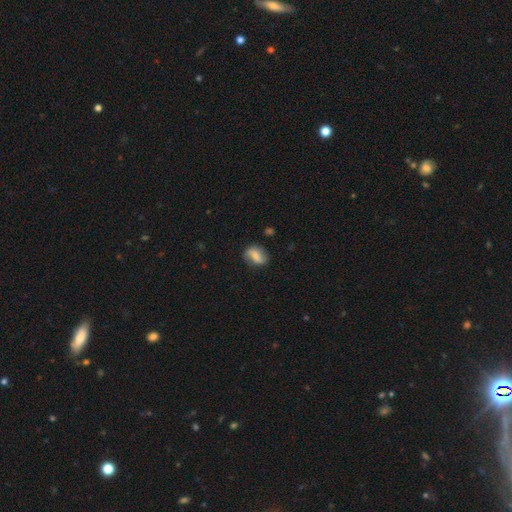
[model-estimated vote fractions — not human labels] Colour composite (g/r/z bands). It shows a smooth galaxy with no disk features (48%). Merging: none (71%).